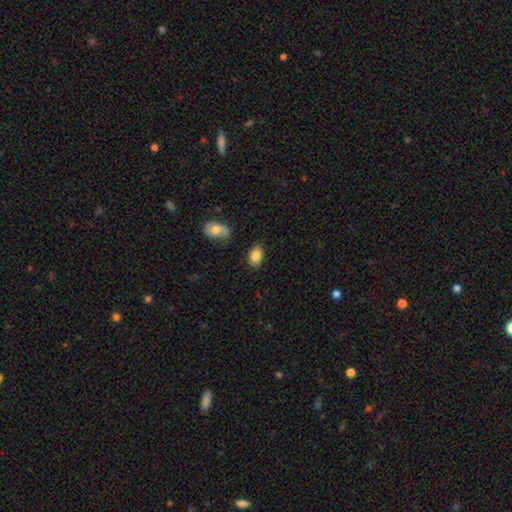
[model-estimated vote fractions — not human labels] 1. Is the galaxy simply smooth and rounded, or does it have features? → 84% smooth, 9% featured or disk, 8% star or artifact.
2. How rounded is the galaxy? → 85% in between, 14% round, 1% cigar-shaped.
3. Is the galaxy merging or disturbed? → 80% none, 12% minor disturbance, 4% merger, 3% major disturbance.